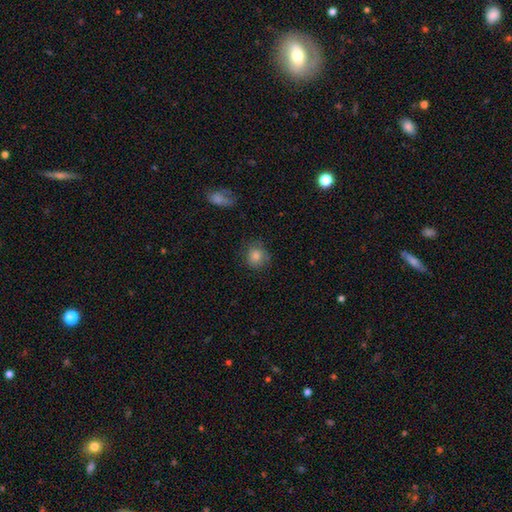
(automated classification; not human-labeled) A smooth galaxy with no disk features (79%) that is round (85%).

Vote fractions:
- Smooth or featured? smooth: 79% / star or artifact: 13% / featured or disk: 9%
- How rounded? round: 85% / in between: 14% / cigar-shaped: 1%
- Merging? none: 78% / minor disturbance: 16% / major disturbance: 5% / merger: 2%